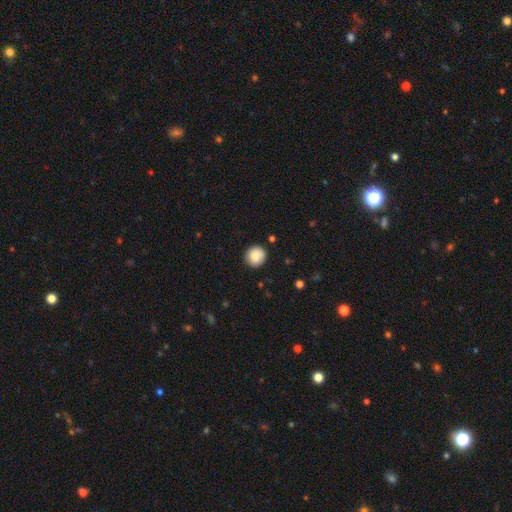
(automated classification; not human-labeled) A smooth galaxy with no disk features (86%) that is round (93%). Merging: none (87%).